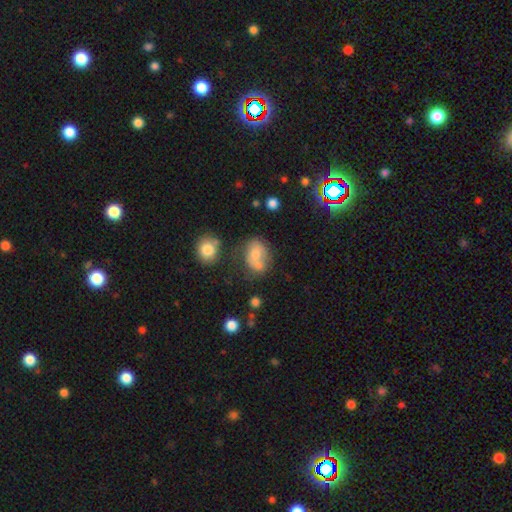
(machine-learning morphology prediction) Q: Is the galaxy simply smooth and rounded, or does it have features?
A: smooth — 63%.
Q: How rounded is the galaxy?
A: in between — 58%.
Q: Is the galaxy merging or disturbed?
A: merger — 37%.